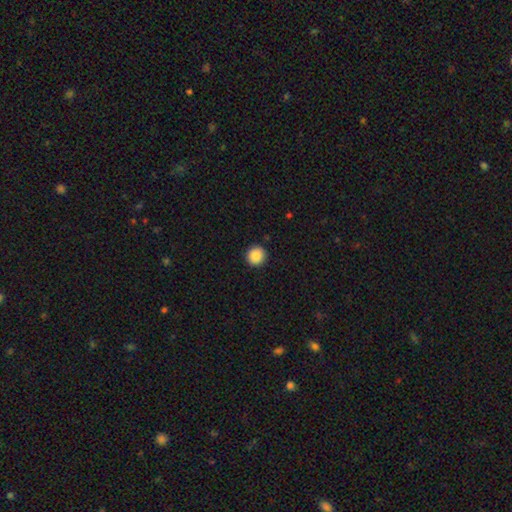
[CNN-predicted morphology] Q: Smooth or featured?
A: smooth (87%); runner-up: star or artifact (8%)
Q: How rounded?
A: round (94%); runner-up: in between (5%)
Q: Merging?
A: none (92%); runner-up: minor disturbance (5%)